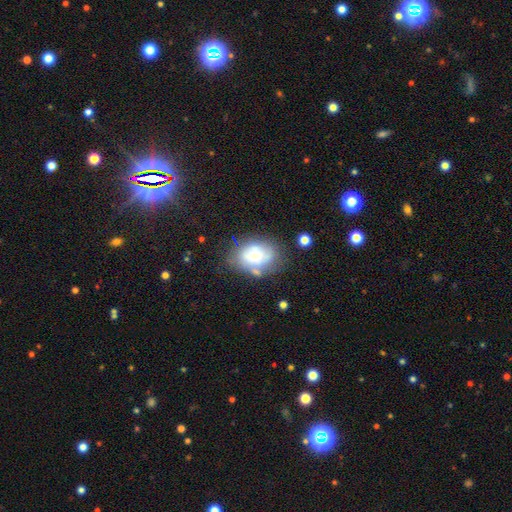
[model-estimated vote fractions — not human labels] Overall: smooth (54%; featured or disk 37%). How rounded: in between (73%). Merging: none (53%; minor disturbance 26%).